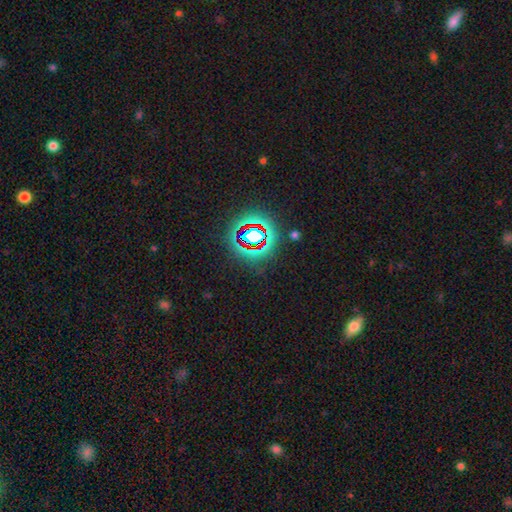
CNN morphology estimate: smooth-or-featured: star or artifact: 74% | smooth: 14% | featured or disk: 12%